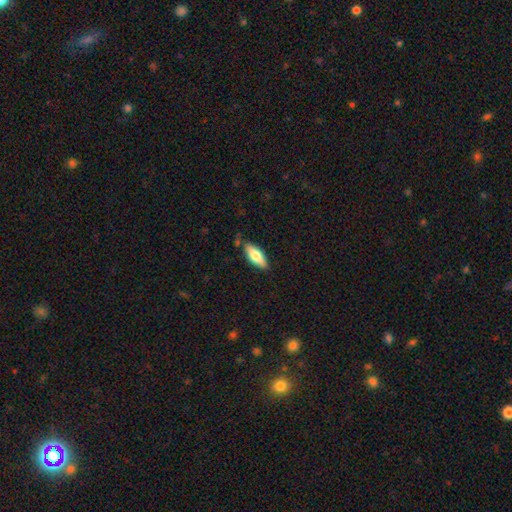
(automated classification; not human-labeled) Smooth or featured? Predicted: smooth (p=0.70). How rounded? Predicted: in between (p=0.73). Merging? Predicted: none (p=0.80).